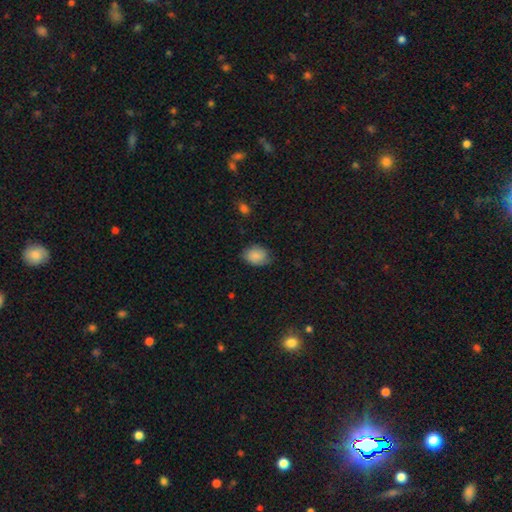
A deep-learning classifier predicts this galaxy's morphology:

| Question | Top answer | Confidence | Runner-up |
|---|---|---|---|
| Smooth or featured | smooth | 85% | featured or disk (8%) |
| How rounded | in between | 65% | round (34%) |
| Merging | none | 71% | minor disturbance (24%) |